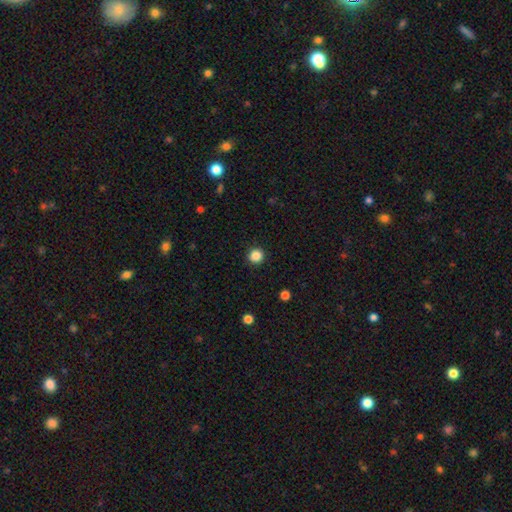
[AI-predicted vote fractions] Q: Smooth or featured?
A: smooth (86%); runner-up: star or artifact (11%)
Q: How rounded?
A: round (95%); runner-up: in between (4%)
Q: Merging?
A: none (92%); runner-up: minor disturbance (5%)